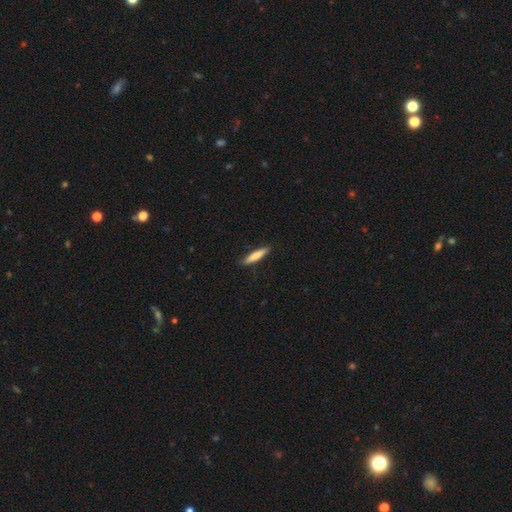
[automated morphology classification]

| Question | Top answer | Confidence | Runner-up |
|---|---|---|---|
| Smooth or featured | smooth | 77% | featured or disk (17%) |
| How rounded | cigar-shaped | 86% | in between (12%) |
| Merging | none | 89% | minor disturbance (8%) |